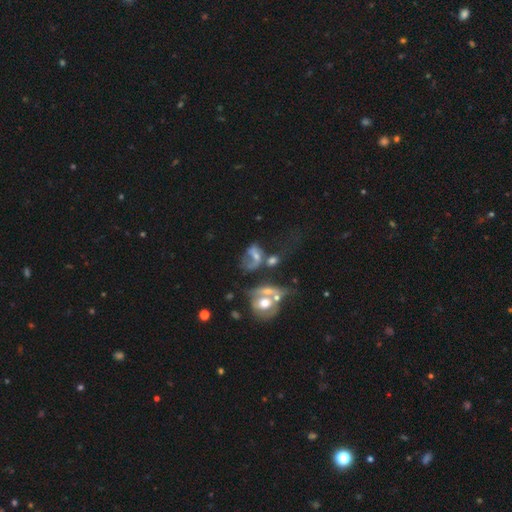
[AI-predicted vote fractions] smooth_or_featured: featured or disk (p=0.53) [alt: smooth p=0.33]
disk_edge_on: no (p=0.95) [alt: yes p=0.05]
bar: no (p=0.57) [alt: weak p=0.30]
has_spiral_arms: yes (p=0.54) [alt: no p=0.46]
bulge_size: moderate (p=0.42) [alt: small p=0.33]
merging: merger (p=0.36) [alt: major disturbance p=0.30]